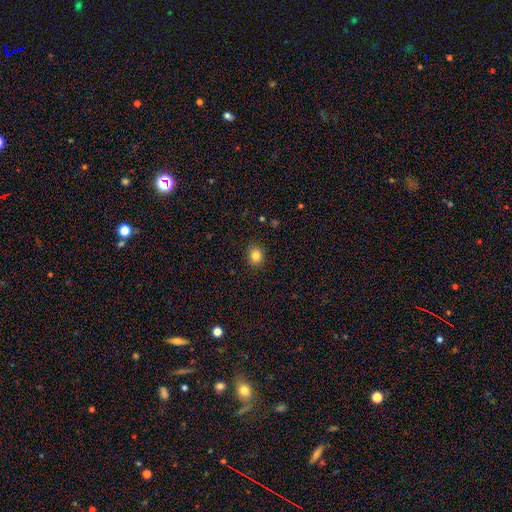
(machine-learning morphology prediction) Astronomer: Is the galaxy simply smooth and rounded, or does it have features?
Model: smooth — 84%.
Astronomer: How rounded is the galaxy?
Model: round — 61% (runner-up: in between, 38%).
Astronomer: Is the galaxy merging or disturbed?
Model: none — 88%.